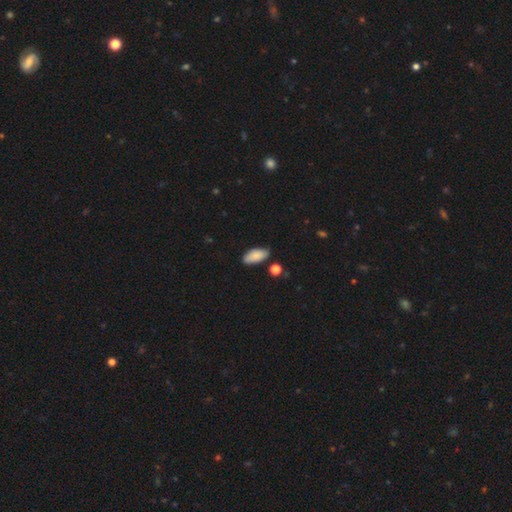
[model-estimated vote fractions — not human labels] smooth-or-featured: smooth: 85% | featured or disk: 9% | star or artifact: 7%
  how-rounded: in between: 90% | cigar-shaped: 8% | round: 2%
  merging: none: 76% | minor disturbance: 18% | merger: 4% | major disturbance: 3%